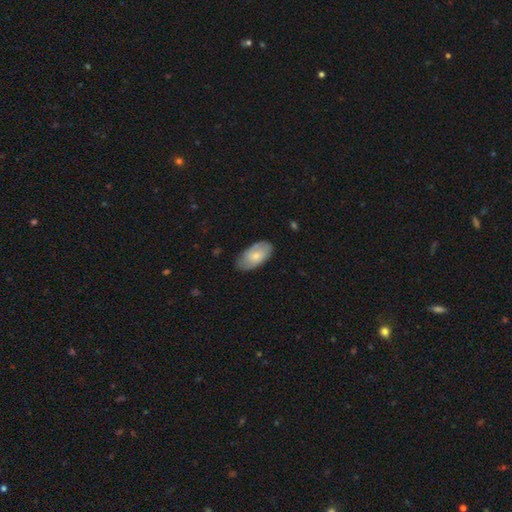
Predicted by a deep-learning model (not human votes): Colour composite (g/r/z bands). It shows a smooth galaxy with no disk features (60%) that is in between round and cigar-shaped (94%). Merging: none (75%).